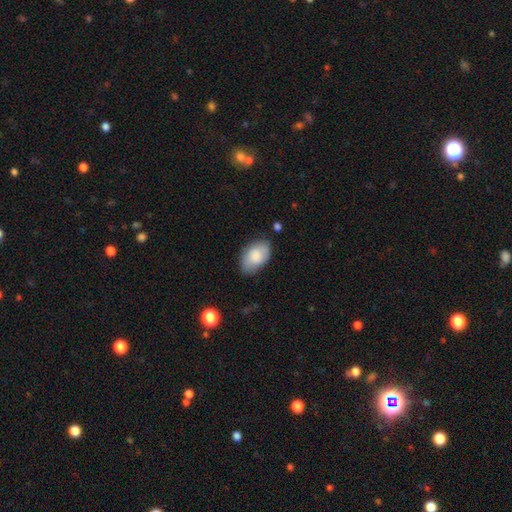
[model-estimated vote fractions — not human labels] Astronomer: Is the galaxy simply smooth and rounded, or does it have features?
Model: smooth — 78%.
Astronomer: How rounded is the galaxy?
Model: in between — 92%.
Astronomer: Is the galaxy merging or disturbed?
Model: none — 72%.